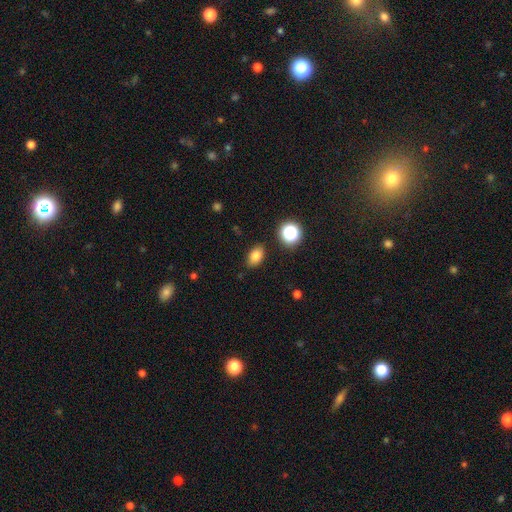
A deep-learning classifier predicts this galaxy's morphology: smooth 80%, star or artifact 12%, featured or disk 8%. Down the decision tree: how rounded — in between (82%); merging — none (86%).